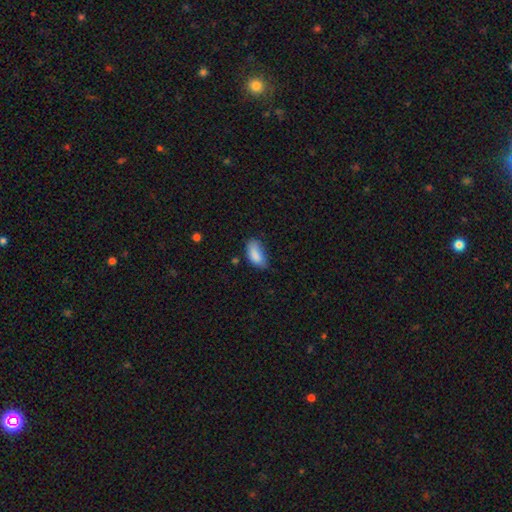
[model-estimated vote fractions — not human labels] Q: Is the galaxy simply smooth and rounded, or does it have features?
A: smooth — 86%.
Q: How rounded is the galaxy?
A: in between — 91%.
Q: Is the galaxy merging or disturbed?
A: none — 50%.